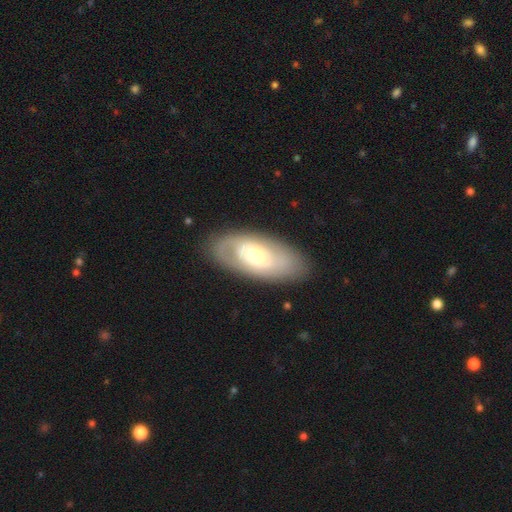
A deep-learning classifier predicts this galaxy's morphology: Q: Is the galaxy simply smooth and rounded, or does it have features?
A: featured or disk — 61%.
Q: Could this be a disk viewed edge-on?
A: no — 90%.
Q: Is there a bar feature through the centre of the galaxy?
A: no — 64%.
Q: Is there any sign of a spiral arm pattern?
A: yes — 67%.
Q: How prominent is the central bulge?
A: moderate — 54%.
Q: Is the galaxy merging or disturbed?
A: none — 81%.